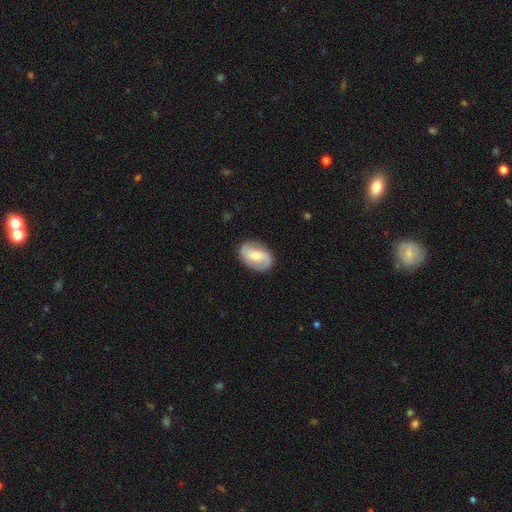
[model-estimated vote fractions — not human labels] smooth_or_featured: featured or disk (p=0.56) [alt: smooth p=0.38]
disk_edge_on: no (p=0.96) [alt: yes p=0.04]
bar: weak (p=0.43) [alt: no p=0.34]
has_spiral_arms: yes (p=0.83) [alt: no p=0.17]
bulge_size: moderate (p=0.50) [alt: small p=0.40]
merging: none (p=0.84) [alt: minor disturbance p=0.12]